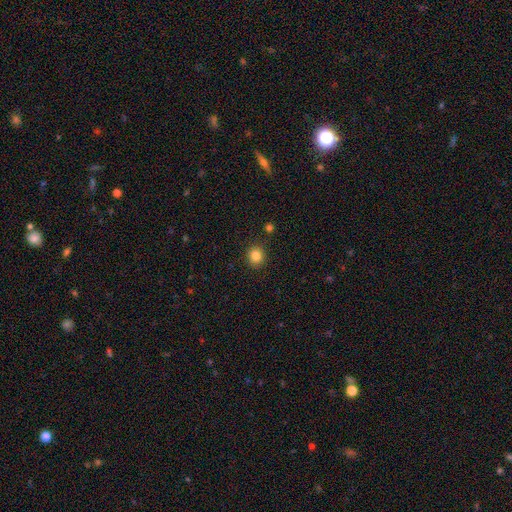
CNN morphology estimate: A smooth galaxy with no disk features (85%) that is round (84%). Merging: none (89%).